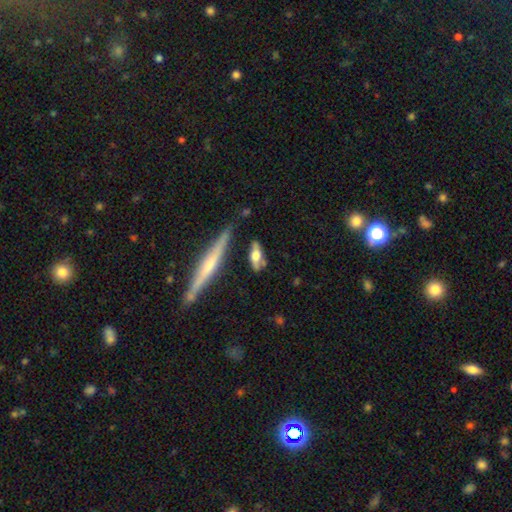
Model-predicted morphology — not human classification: Smooth or featured: smooth — 48% (featured or disk — 45%)
Merging: none — 60% (minor disturbance — 24%)